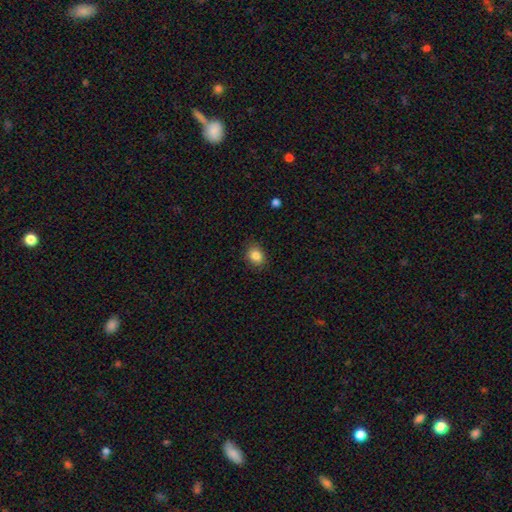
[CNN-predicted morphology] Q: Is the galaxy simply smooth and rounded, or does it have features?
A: smooth — 85%.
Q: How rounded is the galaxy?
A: in between — 50%.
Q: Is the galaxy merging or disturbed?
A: none — 87%.